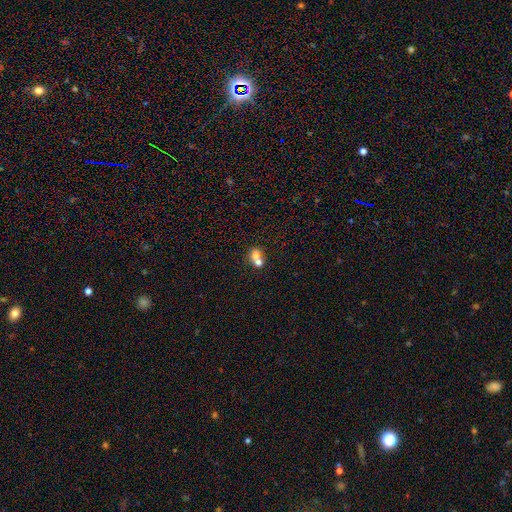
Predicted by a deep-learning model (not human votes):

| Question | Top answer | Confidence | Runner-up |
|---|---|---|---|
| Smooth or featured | smooth | 64% | featured or disk (23%) |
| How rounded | round | 59% | in between (40%) |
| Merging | merger | 67% | none (23%) |